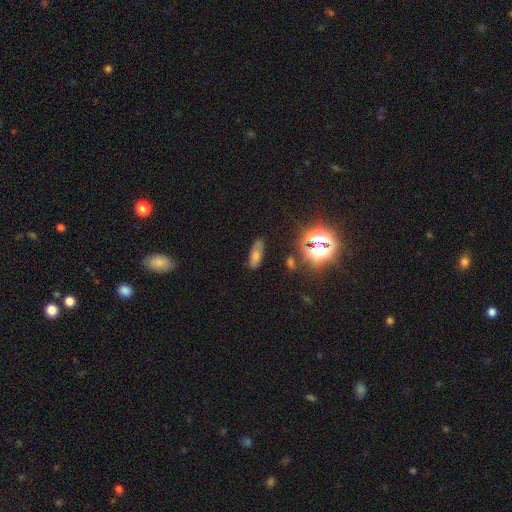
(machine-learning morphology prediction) Smooth or featured? Predicted: smooth (p=0.45). Merging? Predicted: none (p=0.79).